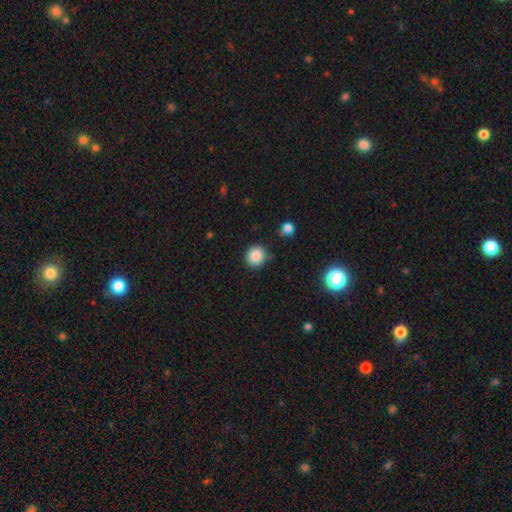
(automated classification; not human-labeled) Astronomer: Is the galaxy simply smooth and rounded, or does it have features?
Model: smooth — 87%.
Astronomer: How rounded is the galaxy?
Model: round — 86%.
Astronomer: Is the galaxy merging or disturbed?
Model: none — 83%.